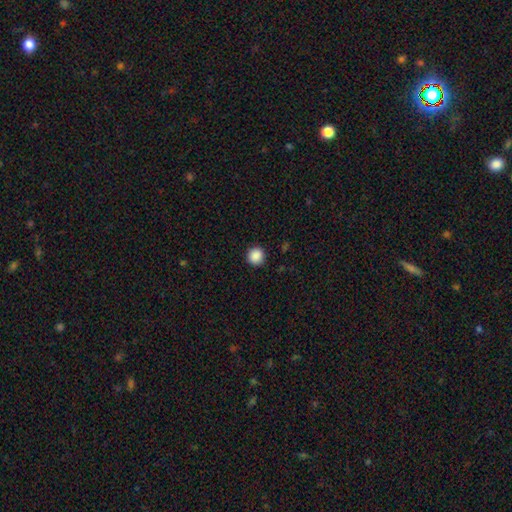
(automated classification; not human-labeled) smooth 89%, star or artifact 9%, featured or disk 2%. Down the decision tree: how rounded — round (94%); merging — none (92%).